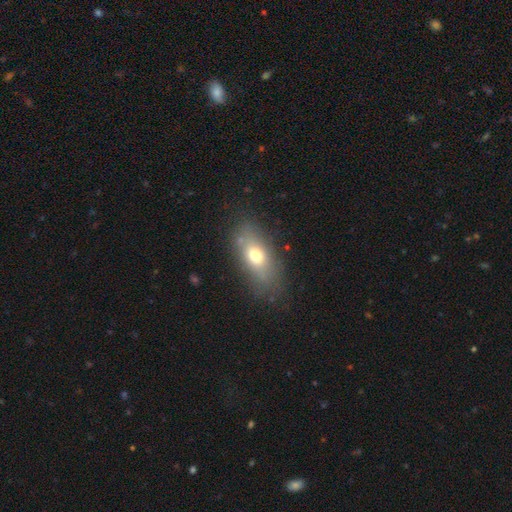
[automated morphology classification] smooth-or-featured: smooth: 65% | featured or disk: 24% | star or artifact: 11%
  how-rounded: in between: 79% | cigar-shaped: 12% | round: 9%
  merging: none: 77% | minor disturbance: 15% | major disturbance: 6% | merger: 2%